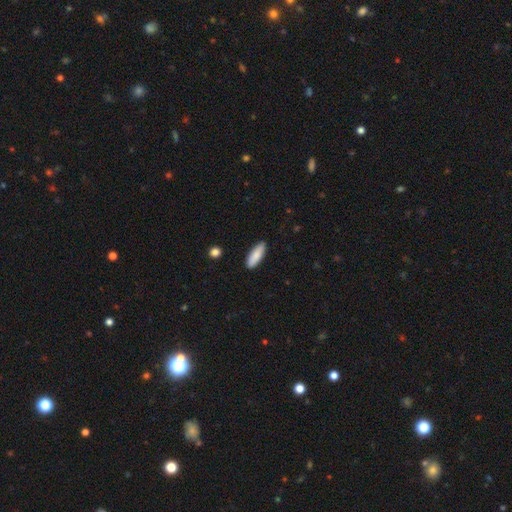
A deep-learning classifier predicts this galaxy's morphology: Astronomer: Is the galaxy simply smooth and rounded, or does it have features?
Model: smooth — 87%.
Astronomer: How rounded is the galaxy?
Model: in between — 59% (runner-up: cigar-shaped, 39%).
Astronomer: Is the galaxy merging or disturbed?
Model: none — 89%.